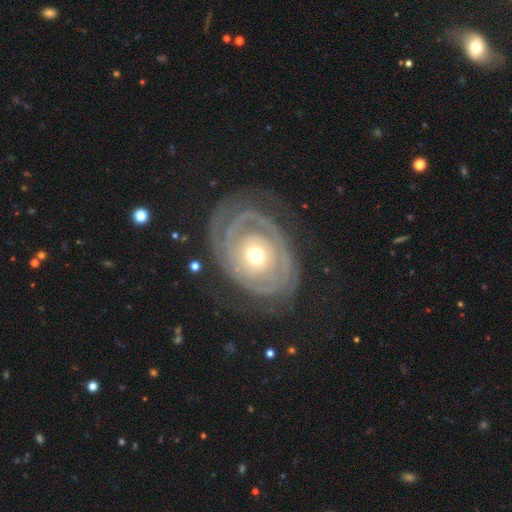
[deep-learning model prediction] Smooth or featured?
  - featured or disk: 85% *
  - smooth: 11%
  - star or artifact: 5%
Edge-on disk?
  - no: 96% *
  - yes: 4%
Bar?
  - no: 85% *
  - weak: 11%
  - strong: 4%
Spiral arms?
  - yes: 86% *
  - no: 14%
Spiral winding?
  - tight: 81% *
  - medium: 13%
  - loose: 6%
Spiral arm count?
  - can't tell: 35% *
  - 2: 25%
  - 3: 14%
  - 1: 12%
  - 4: 7%
  - more than 4: 7%
Bulge size?
  - moderate: 63% *
  - small: 29%
  - large: 6%
  - dominant: 1%
  - none: 1%
Merging?
  - none: 70% *
  - minor disturbance: 17%
  - major disturbance: 11%
  - merger: 2%